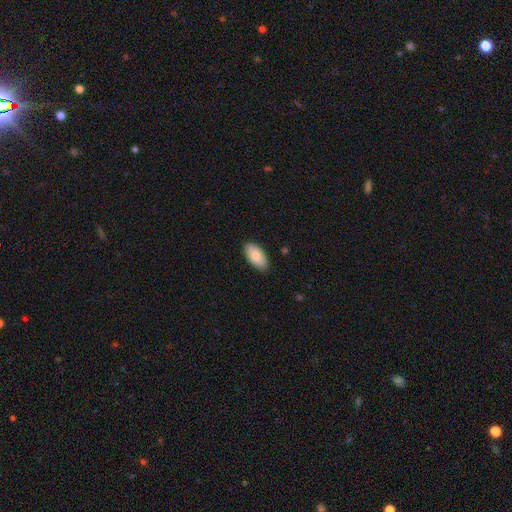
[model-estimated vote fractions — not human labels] This appears to be a smooth galaxy with no disk features (83%) that is in between round and cigar-shaped (95%). Merging: none (86%).